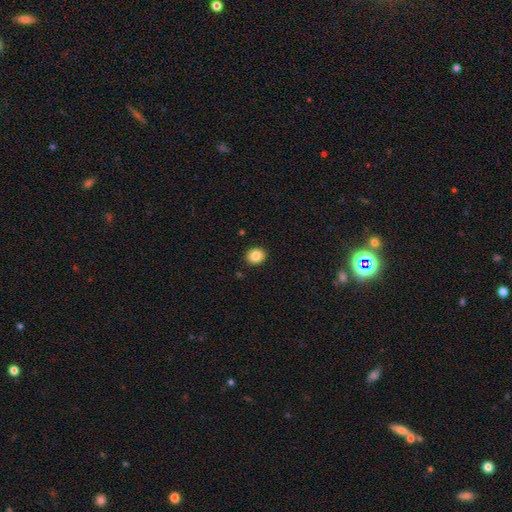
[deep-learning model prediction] Smooth or featured? Predicted: smooth (p=0.85). How rounded? Predicted: round (p=0.70). Merging? Predicted: none (p=0.89).